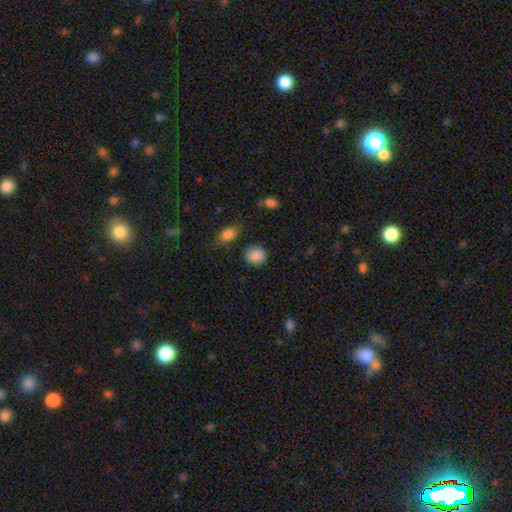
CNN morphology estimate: Smooth or featured? smooth (87%)
How rounded? round (83%)
Merging? none (84%)